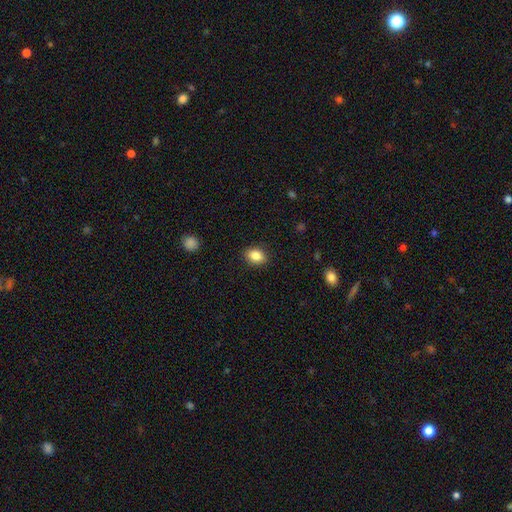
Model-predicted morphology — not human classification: type=smooth (86%); roundness=in between (69%); merging=none (88%).